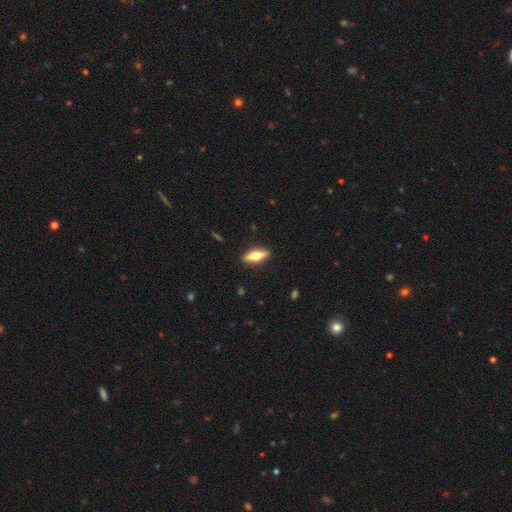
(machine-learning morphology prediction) Smooth or featured?
  - featured or disk: 51% *
  - smooth: 43%
  - star or artifact: 6%
Edge-on disk?
  - yes: 91% *
  - no: 9%
Merging?
  - none: 90% *
  - minor disturbance: 7%
  - major disturbance: 2%
  - merger: 1%